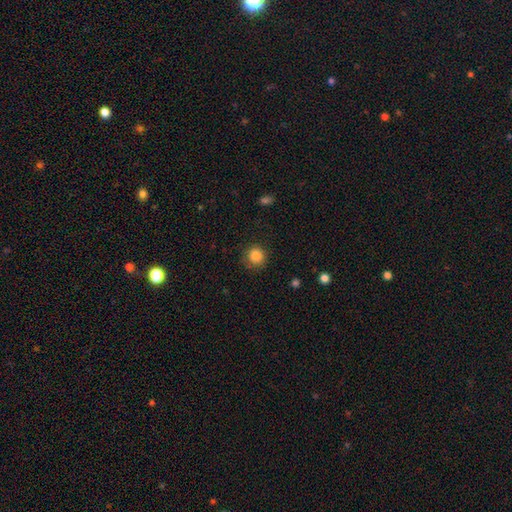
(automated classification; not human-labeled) The model was most divided on "smooth or featured": smooth: 85%, star or artifact: 11%, featured or disk: 4%. More confident: how rounded — round (93%); merging — none (87%).